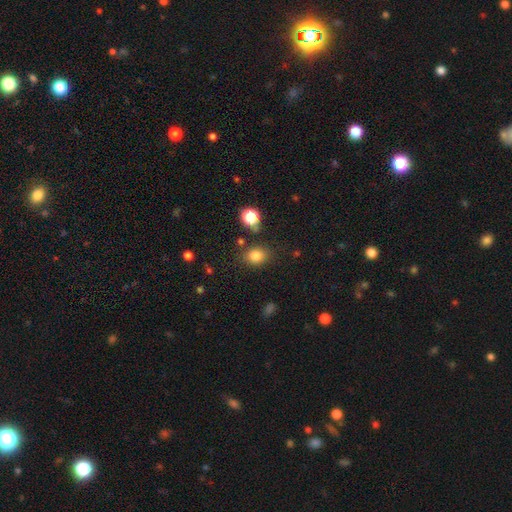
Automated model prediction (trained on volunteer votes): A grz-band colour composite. It shows a smooth galaxy with no disk features (81%) that is in between round and cigar-shaped (53%). Merging: none (78%).